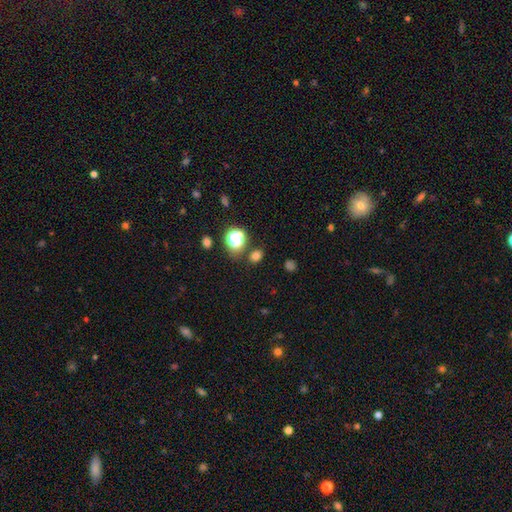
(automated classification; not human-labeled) Smooth or featured? smooth (73%)
How rounded? round (52%)
Merging? none (78%)